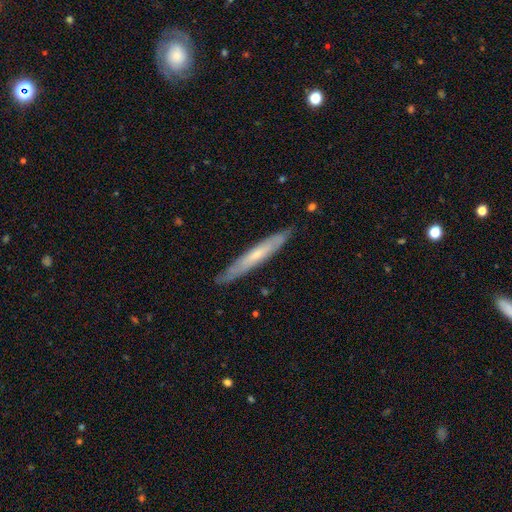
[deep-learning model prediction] This appears to be a featured or disk galaxy (55%) viewed edge-on (87%). Merging: none (88%).